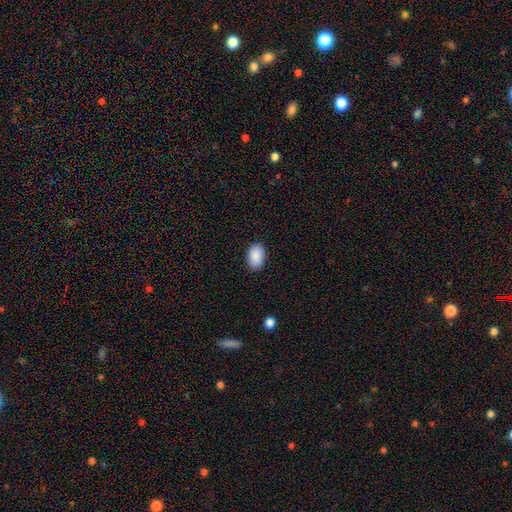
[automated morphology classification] smooth 90%, star or artifact 7%, featured or disk 3%. Down the decision tree: how rounded — in between (90%); merging — none (88%).